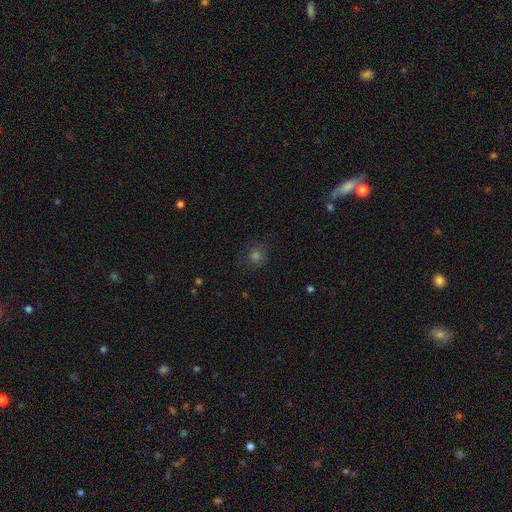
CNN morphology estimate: A smooth galaxy with no disk features (62%) that is round (89%). Merging: none (85%).